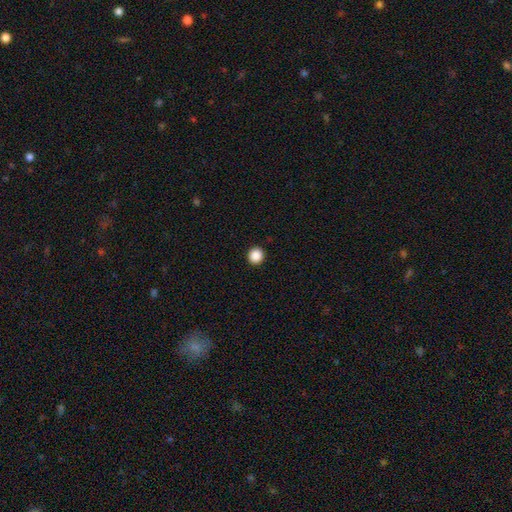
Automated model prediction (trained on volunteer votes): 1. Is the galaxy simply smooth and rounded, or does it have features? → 88% smooth, 9% star or artifact, 3% featured or disk.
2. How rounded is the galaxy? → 92% round, 7% in between, 1% cigar-shaped.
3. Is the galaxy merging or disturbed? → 94% none, 4% minor disturbance, 1% major disturbance, 1% merger.